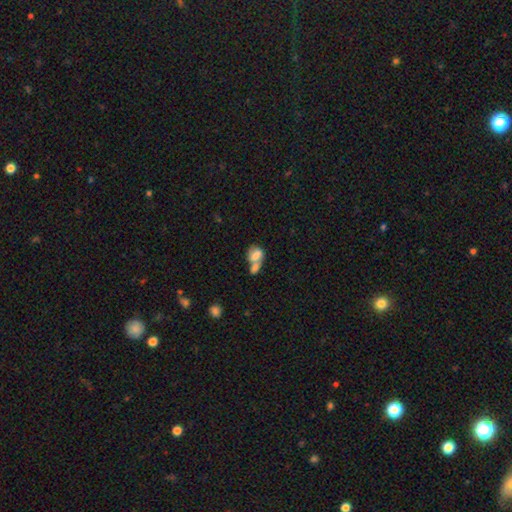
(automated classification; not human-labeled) This appears to be a smooth galaxy with no disk features (73%) that is in between round and cigar-shaped (72%). Merging: merger (68%).